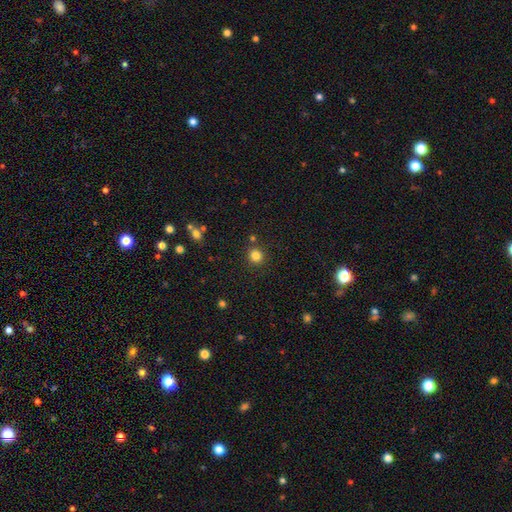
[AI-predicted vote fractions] Smooth or featured?
  - smooth: 82% *
  - star or artifact: 14%
  - featured or disk: 5%
How rounded?
  - round: 91% *
  - in between: 8%
  - cigar-shaped: 1%
Merging?
  - none: 86% *
  - minor disturbance: 7%
  - merger: 5%
  - major disturbance: 2%